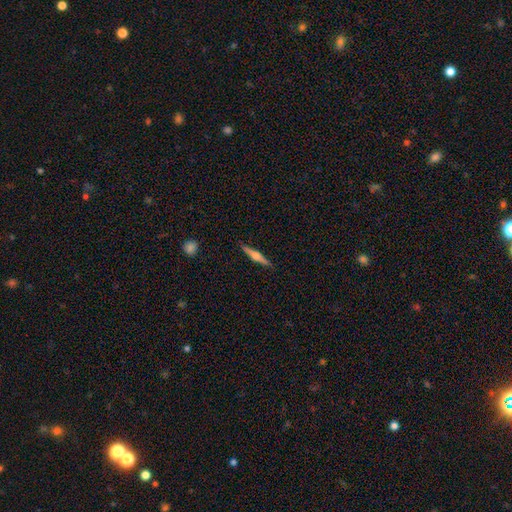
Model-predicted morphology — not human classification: featured or disk 63%, smooth 31%, star or artifact 6%. Down the decision tree: edge-on disk — yes (98%); edge-on bulge — rounded (84%); merging — none (90%).